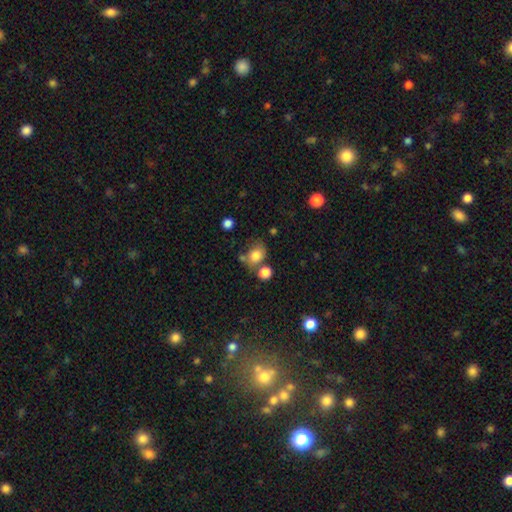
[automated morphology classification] Q: Smooth or featured?
A: smooth (80%); runner-up: star or artifact (11%)
Q: How rounded?
A: in between (51%); runner-up: round (48%)
Q: Merging?
A: none (52%); runner-up: merger (20%)